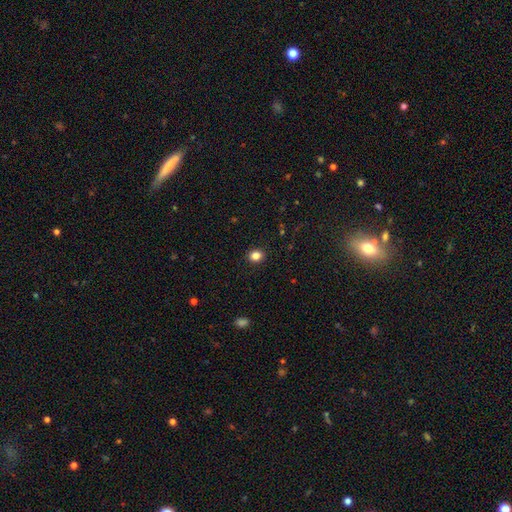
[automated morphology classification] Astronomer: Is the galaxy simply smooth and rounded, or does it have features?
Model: smooth — 85%.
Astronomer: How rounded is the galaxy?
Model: round — 65%.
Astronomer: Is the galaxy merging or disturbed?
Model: none — 91%.